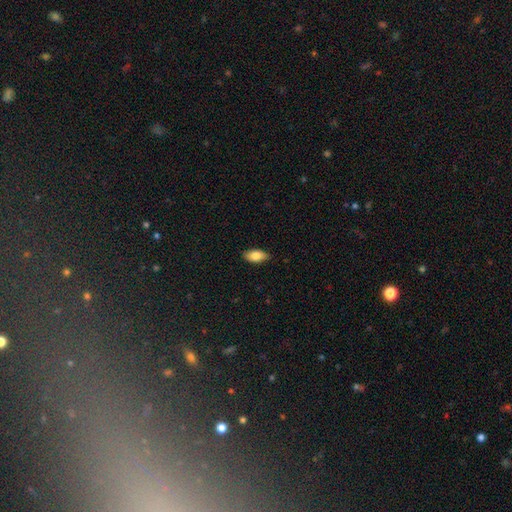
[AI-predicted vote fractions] This is clearly a smooth galaxy (83%). How rounded: clearly in between (91%). Merging: clearly none (87%).